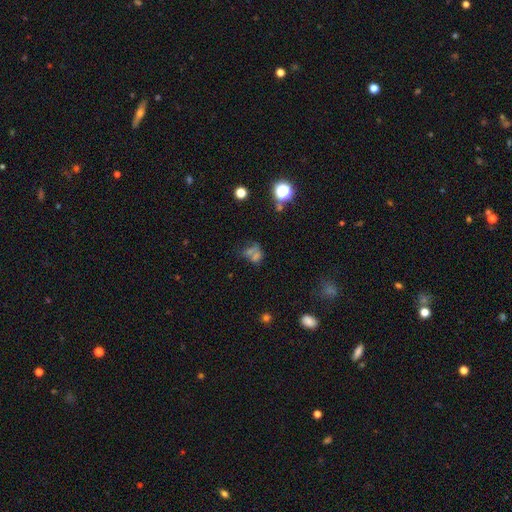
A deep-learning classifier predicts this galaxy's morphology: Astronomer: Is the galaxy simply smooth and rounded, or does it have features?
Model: smooth — 43% (runner-up: star or artifact, 35%).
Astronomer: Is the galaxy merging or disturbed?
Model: none — 38% (runner-up: merger, 35%).